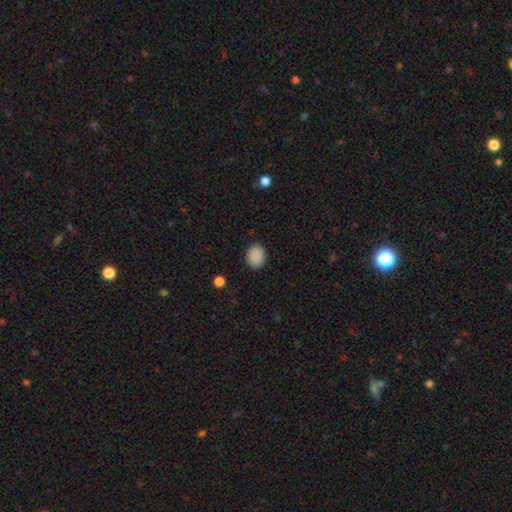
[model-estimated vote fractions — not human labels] Smooth or featured? Predicted: smooth (p=0.89). How rounded? Predicted: in between (p=0.51). Merging? Predicted: none (p=0.88).